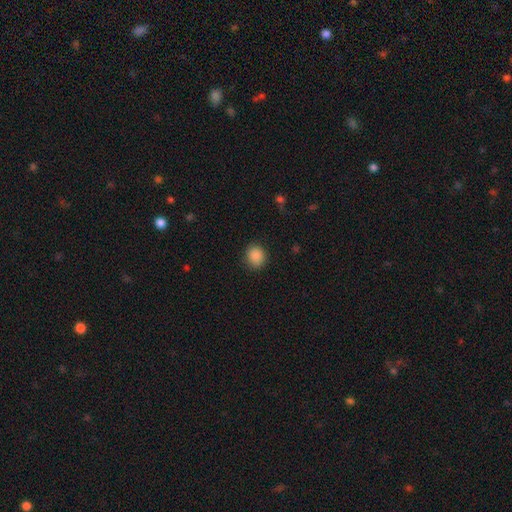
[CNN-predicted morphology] This appears to be a smooth galaxy with no disk features (88%) that is round (75%). Merging: none (87%).